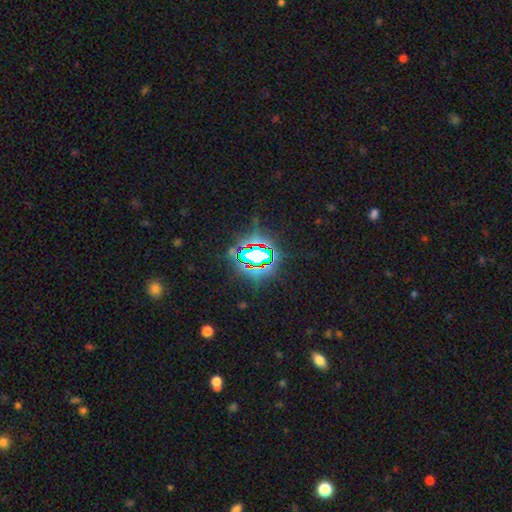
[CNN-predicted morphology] type=star or artifact (73%).